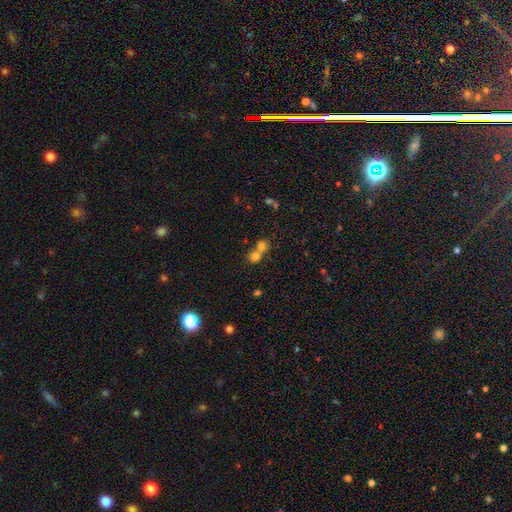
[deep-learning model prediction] The model was most divided on "merging": merger: 61%, none: 32%, minor disturbance: 5%, major disturbance: 2%. More confident: how rounded — round (79%); smooth or featured — smooth (72%).